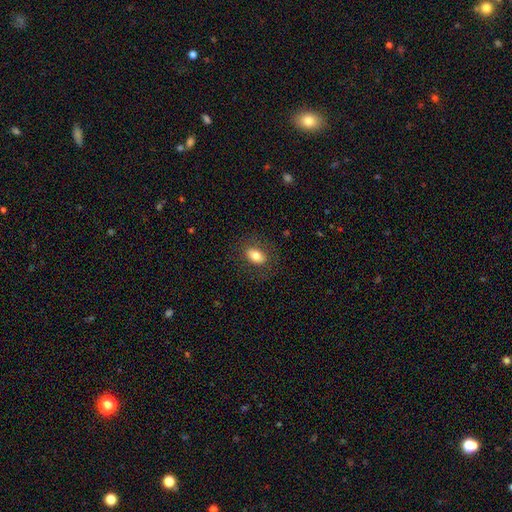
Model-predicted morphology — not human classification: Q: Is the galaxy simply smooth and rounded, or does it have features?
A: smooth — 78%.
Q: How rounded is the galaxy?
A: in between — 84%.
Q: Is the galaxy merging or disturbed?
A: none — 82%.